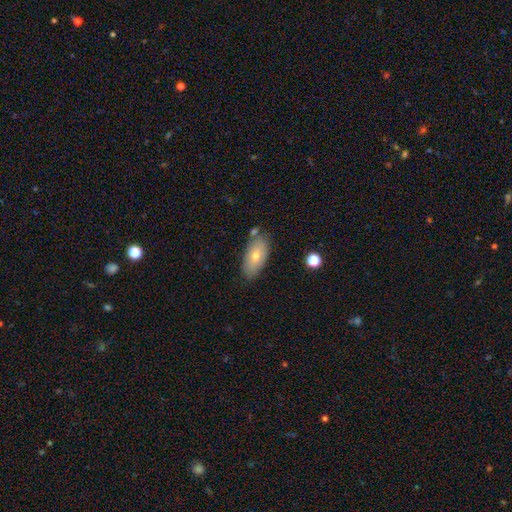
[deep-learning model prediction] Morphology: type=smooth (66%); roundness=in between (89%); merging=none (76%).